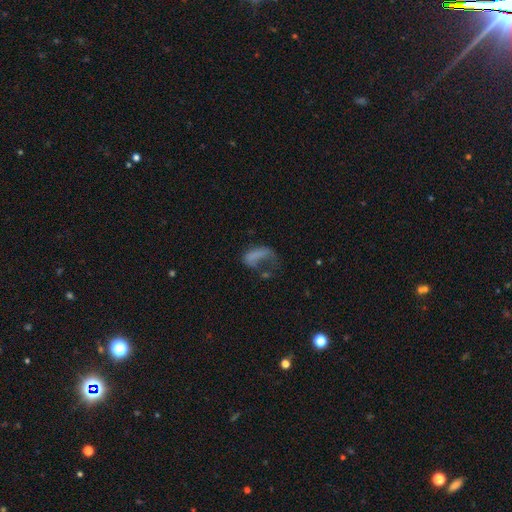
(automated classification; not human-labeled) smooth_or_featured: smooth (p=0.52) [alt: featured or disk p=0.33]
how_rounded: in between (p=0.81) [alt: round p=0.12]
merging: major disturbance (p=0.57) [alt: none p=0.21]